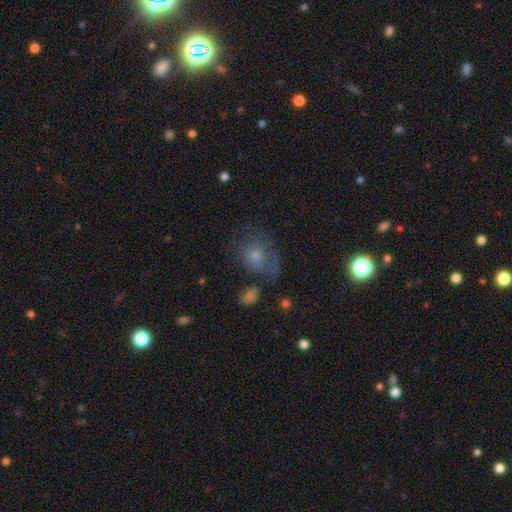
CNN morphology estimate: smooth_or_featured: smooth (p=0.48) [alt: featured or disk p=0.34]
merging: none (p=0.50) [alt: major disturbance p=0.22]